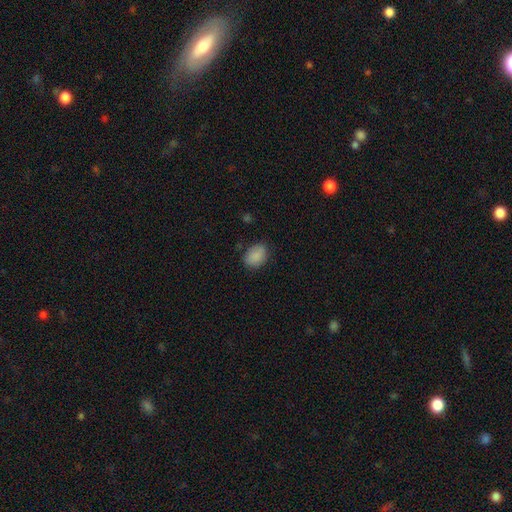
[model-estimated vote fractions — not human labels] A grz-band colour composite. It shows a smooth galaxy with no disk features (88%) that is in between round and cigar-shaped (72%). Merging: none (78%).